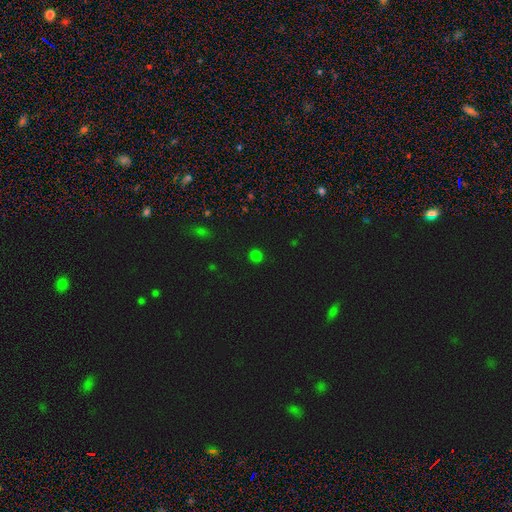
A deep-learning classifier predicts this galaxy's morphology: smooth 75%, star or artifact 22%, featured or disk 3%. Down the decision tree: how rounded — round (89%); merging — none (90%).